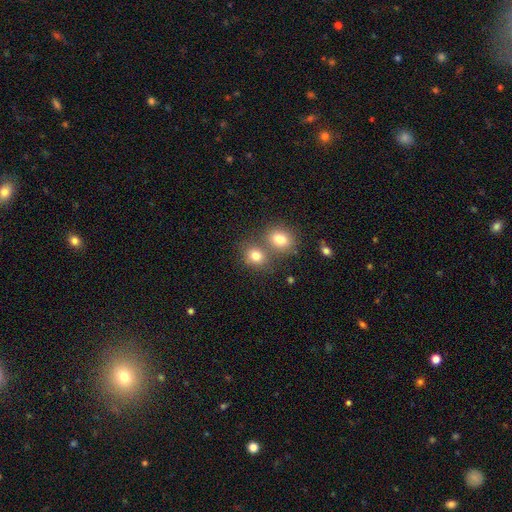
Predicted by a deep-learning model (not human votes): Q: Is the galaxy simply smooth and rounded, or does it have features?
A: smooth — 79%.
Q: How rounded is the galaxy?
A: round — 67%.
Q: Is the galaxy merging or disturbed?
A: none — 52%.